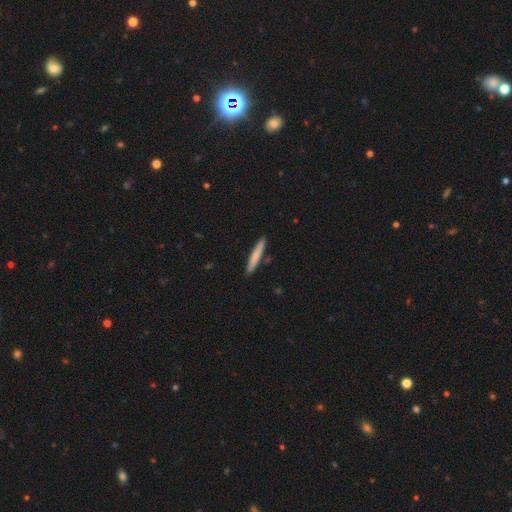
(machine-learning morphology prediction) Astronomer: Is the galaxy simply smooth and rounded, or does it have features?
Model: smooth — 74%.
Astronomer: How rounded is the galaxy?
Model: cigar-shaped — 95%.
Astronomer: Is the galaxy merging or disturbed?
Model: none — 89%.